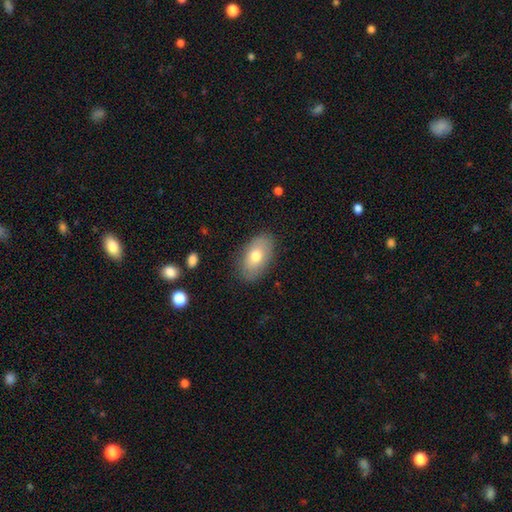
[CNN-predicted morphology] A smooth galaxy with no disk features (70%) that is in between round and cigar-shaped (92%). Merging: none (84%).